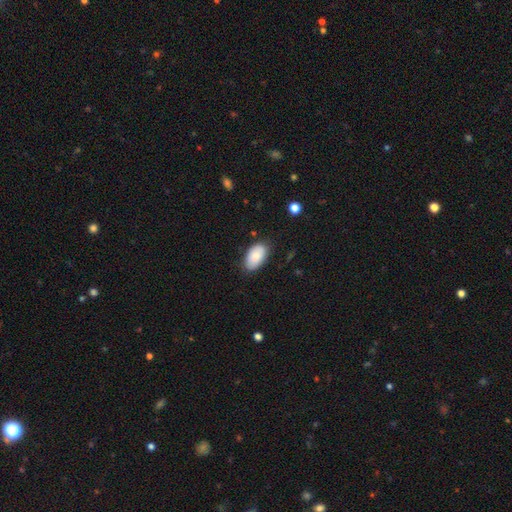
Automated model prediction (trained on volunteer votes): Morphology: type=smooth (86%); roundness=in between (95%); merging=none (81%).